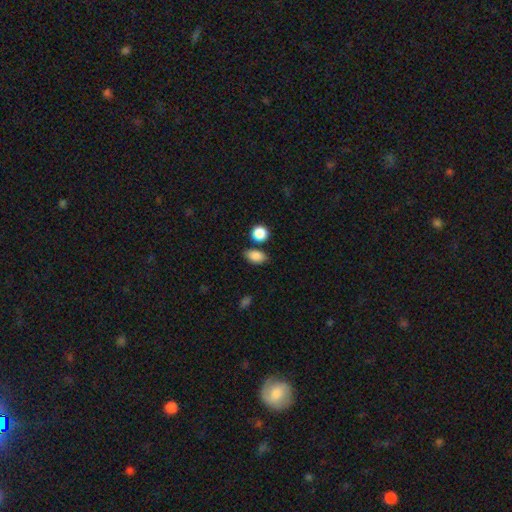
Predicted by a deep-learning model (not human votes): This is clearly a smooth galaxy (86%). How rounded: clearly in between (82%). Merging: likely none (74%).